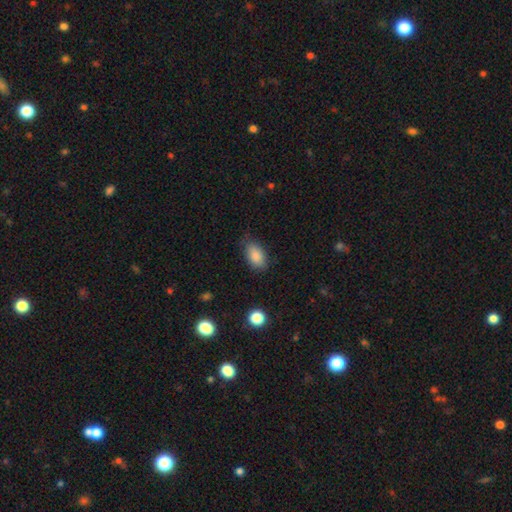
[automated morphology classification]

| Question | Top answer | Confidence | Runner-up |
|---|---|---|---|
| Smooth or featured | smooth | 87% | star or artifact (8%) |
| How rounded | in between | 92% | round (5%) |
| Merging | none | 76% | minor disturbance (18%) |